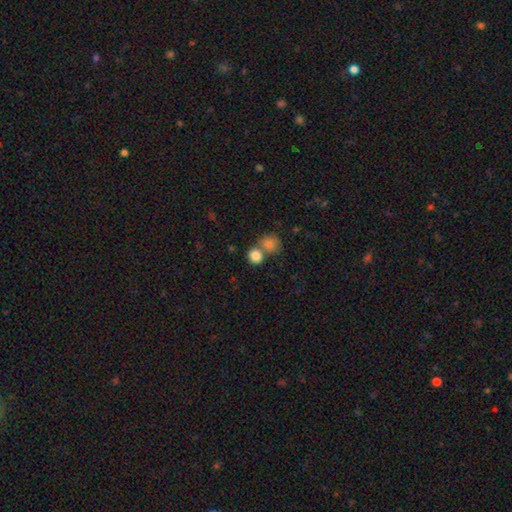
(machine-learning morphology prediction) Q: Smooth or featured?
A: smooth (84%); runner-up: star or artifact (9%)
Q: How rounded?
A: round (82%); runner-up: in between (17%)
Q: Merging?
A: none (49%); runner-up: merger (41%)